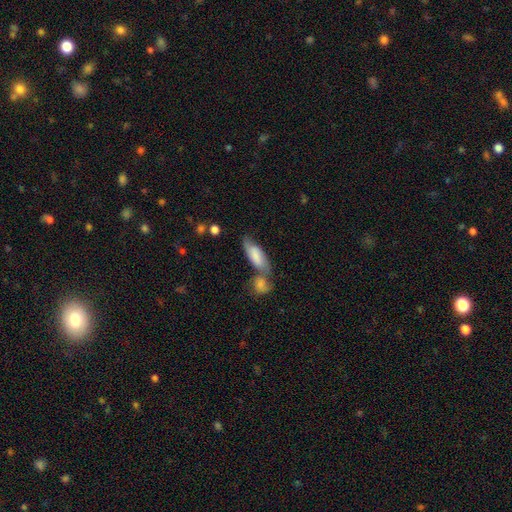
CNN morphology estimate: smooth-or-featured: smooth: 65% | featured or disk: 28% | star or artifact: 7%
  how-rounded: in between: 73% | cigar-shaped: 24% | round: 3%
  merging: merger: 47% | none: 32% | minor disturbance: 14% | major disturbance: 7%